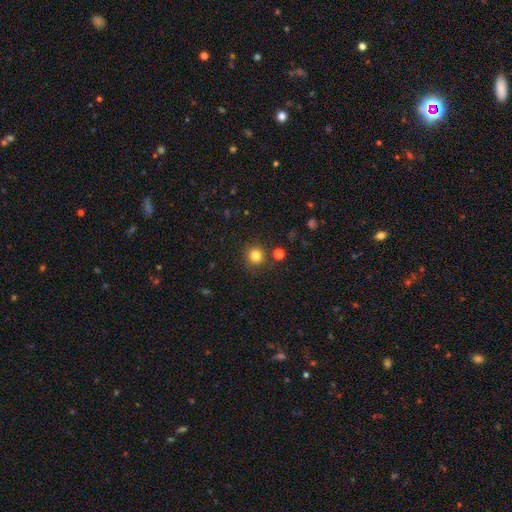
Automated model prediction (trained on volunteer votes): A smooth galaxy with no disk features (82%) that is round (92%).

Vote fractions:
- Smooth or featured? smooth: 82% / star or artifact: 13% / featured or disk: 5%
- How rounded? round: 92% / in between: 7% / cigar-shaped: 1%
- Merging? none: 85% / minor disturbance: 8% / merger: 5% / major disturbance: 3%